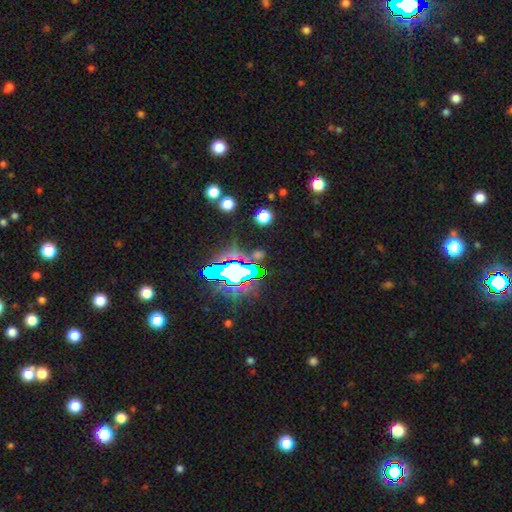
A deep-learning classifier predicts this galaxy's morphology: Smooth or featured?
  - star or artifact: 70% *
  - smooth: 18%
  - featured or disk: 12%